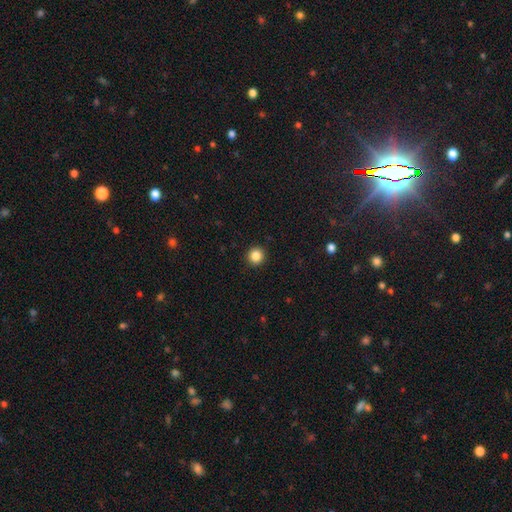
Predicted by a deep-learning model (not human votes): Overall: smooth (85%). How rounded: round (94%). Merging: none (93%).